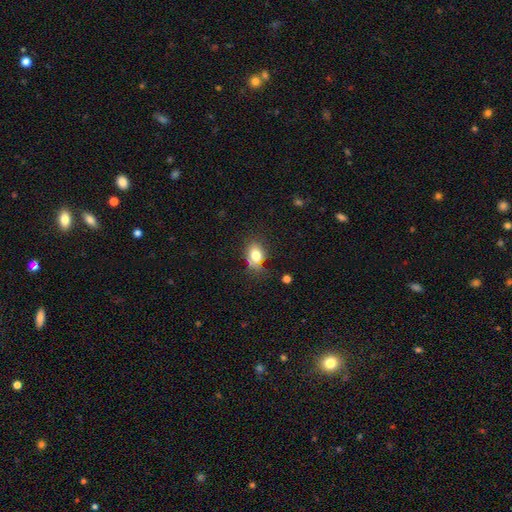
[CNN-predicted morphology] Smooth or featured? smooth (77%)
How rounded? in between (71%)
Merging? none (54%)